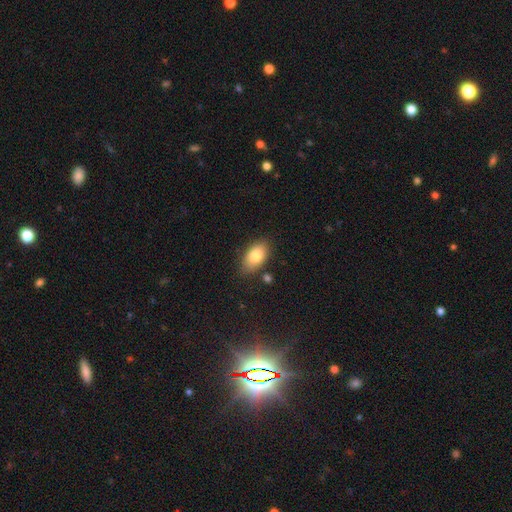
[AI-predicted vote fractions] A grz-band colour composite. It shows a smooth galaxy with no disk features (82%) that is in between round and cigar-shaped (92%). Merging: none (80%).